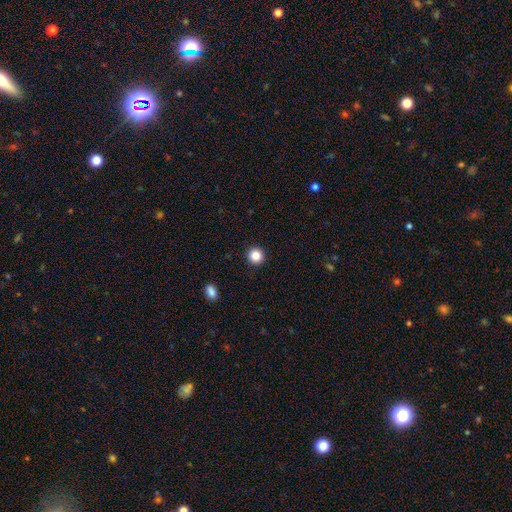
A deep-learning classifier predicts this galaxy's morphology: This appears to be a smooth galaxy with no disk features (85%) that is round (94%). Merging: none (93%).